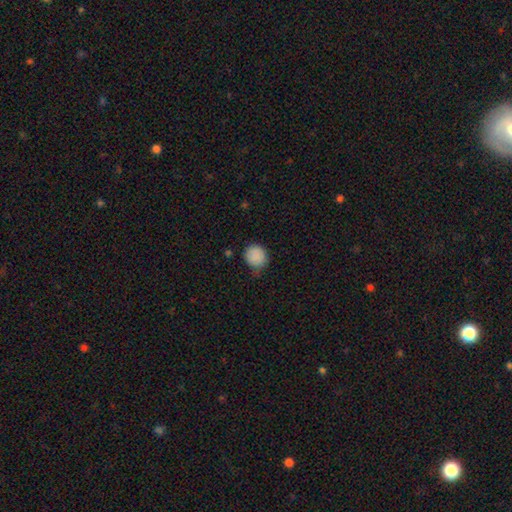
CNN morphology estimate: Q: Smooth or featured?
A: smooth (88%); runner-up: star or artifact (9%)
Q: How rounded?
A: round (82%); runner-up: in between (17%)
Q: Merging?
A: none (58%); runner-up: minor disturbance (33%)